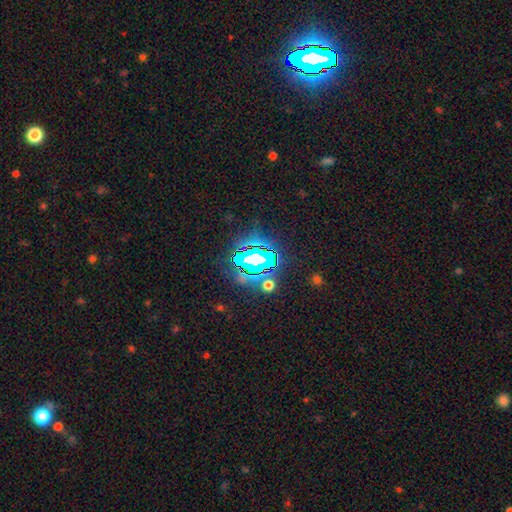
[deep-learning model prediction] Overall: star or artifact (70%).